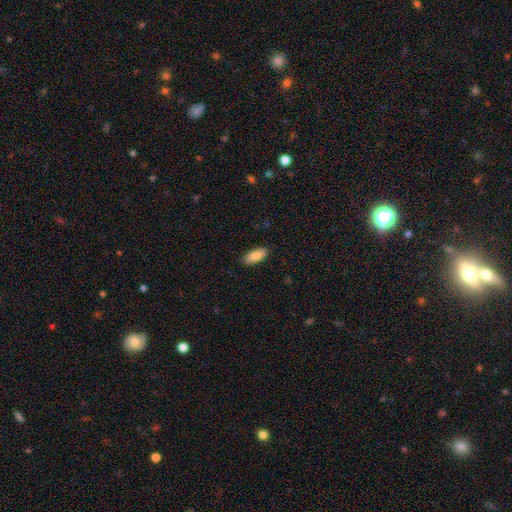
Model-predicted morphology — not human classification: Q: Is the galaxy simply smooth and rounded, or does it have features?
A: smooth — 84%.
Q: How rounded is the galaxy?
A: in between — 84%.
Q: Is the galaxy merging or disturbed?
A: none — 87%.